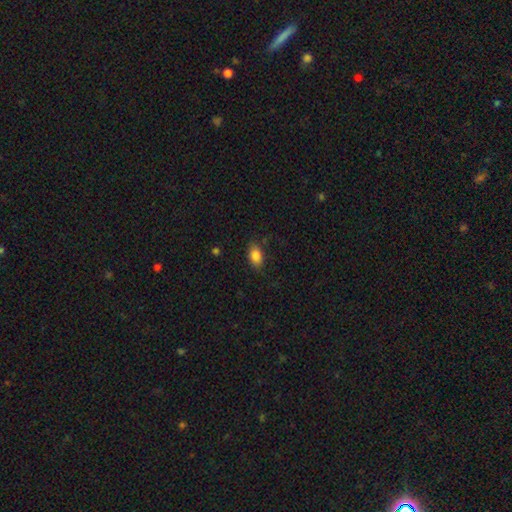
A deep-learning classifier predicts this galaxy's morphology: Smooth or featured? smooth (85%)
How rounded? in between (86%)
Merging? none (78%)